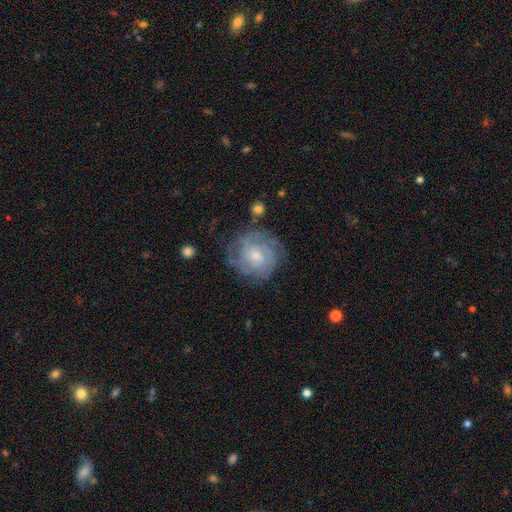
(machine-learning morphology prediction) This appears to be a featured or disk galaxy (76%) with no bar (73%), tight (71%) spiral arms (90%) and a small central bulge (59%). Merging: none (72%).